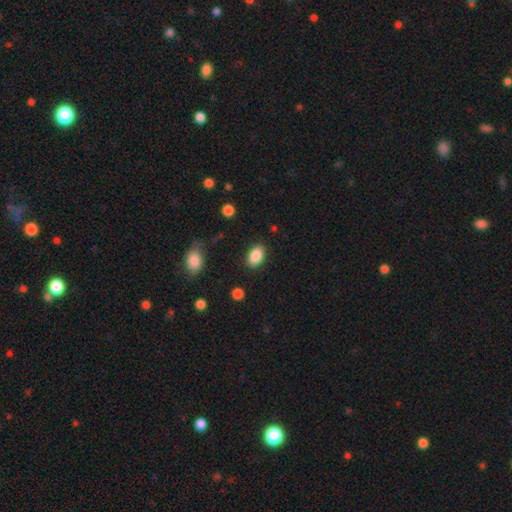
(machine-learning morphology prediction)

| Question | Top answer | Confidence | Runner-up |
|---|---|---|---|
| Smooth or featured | smooth | 87% | star or artifact (8%) |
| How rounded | in between | 89% | round (9%) |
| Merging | none | 86% | minor disturbance (10%) |